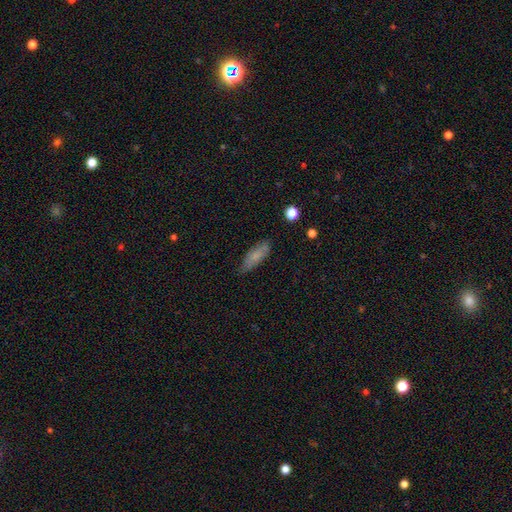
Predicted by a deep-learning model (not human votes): Morphology: type=smooth (75%); roundness=in between (54%); merging=none (75%).